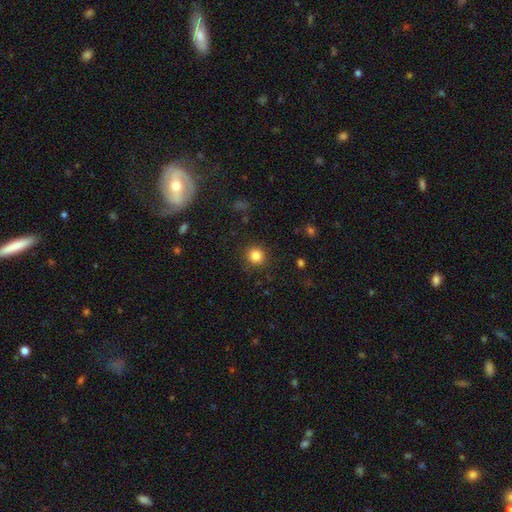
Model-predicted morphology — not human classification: Overall: smooth (84%). How rounded: round (93%). Merging: none (89%).